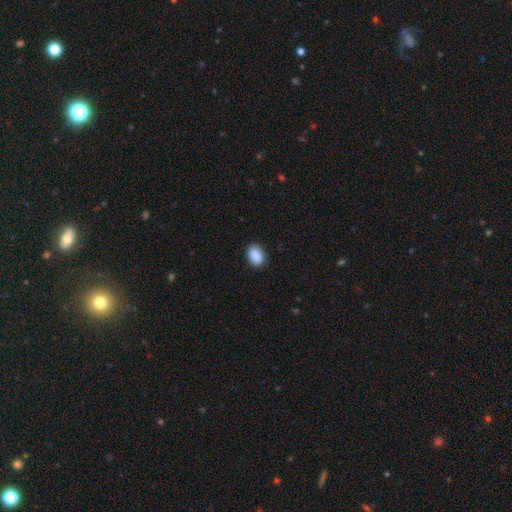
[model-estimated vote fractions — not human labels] Smooth or featured: smooth — 90% (star or artifact — 7%)
How rounded: in between — 76% (round — 23%)
Merging: none — 86% (minor disturbance — 11%)